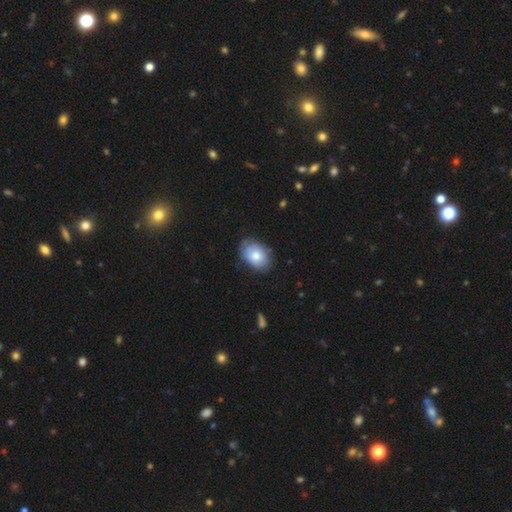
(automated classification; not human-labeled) Smooth or featured: smooth — 72% (featured or disk — 21%)
How rounded: in between — 82% (round — 17%)
Merging: none — 72% (minor disturbance — 22%)